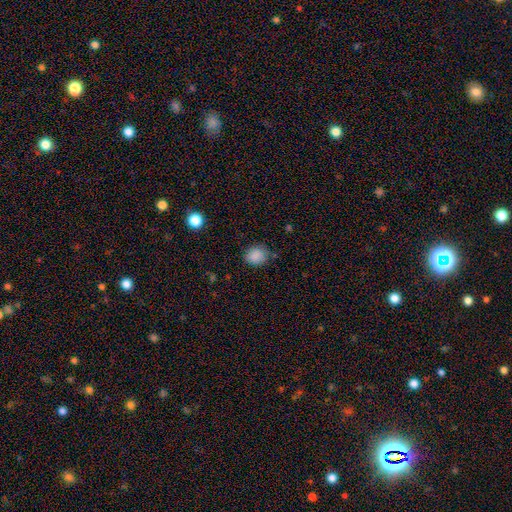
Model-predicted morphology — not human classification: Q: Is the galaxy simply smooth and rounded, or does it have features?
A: smooth — 86%.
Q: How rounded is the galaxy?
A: round — 65%.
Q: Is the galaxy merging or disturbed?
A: none — 76%.